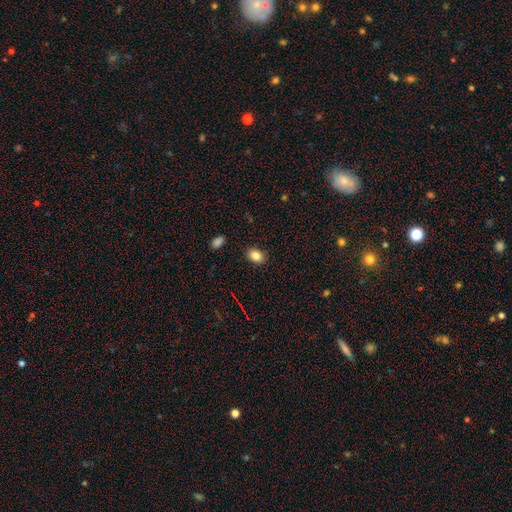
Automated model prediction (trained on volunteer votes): This is clearly a smooth galaxy (84%). How rounded: likely in between (74%). Merging: clearly none (88%).